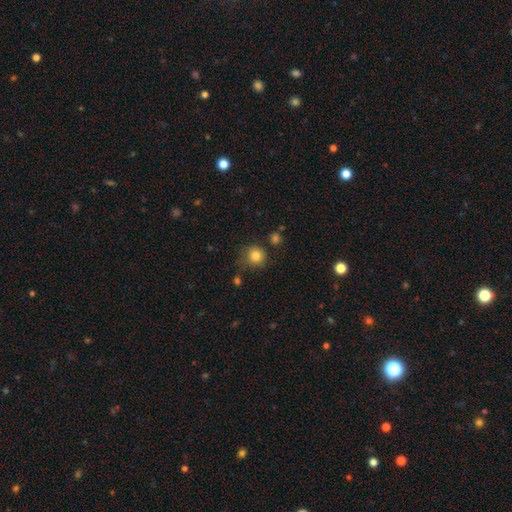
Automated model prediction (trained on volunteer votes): smooth-or-featured: smooth: 82% | star or artifact: 12% | featured or disk: 6%
  how-rounded: round: 92% | in between: 8% | cigar-shaped: 1%
  merging: none: 74% | minor disturbance: 16% | major disturbance: 5% | merger: 5%